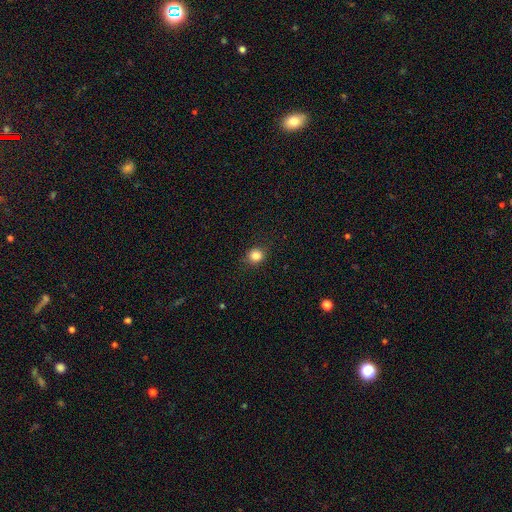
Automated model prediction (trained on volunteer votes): Q: Smooth or featured?
A: smooth (84%); runner-up: star or artifact (11%)
Q: How rounded?
A: round (84%); runner-up: in between (15%)
Q: Merging?
A: none (88%); runner-up: minor disturbance (9%)